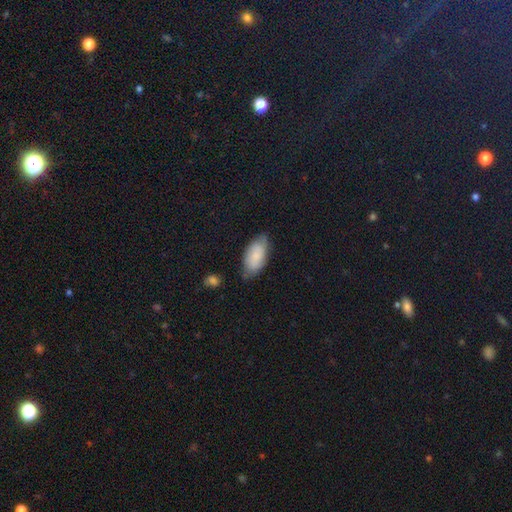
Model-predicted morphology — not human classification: Smooth or featured? Predicted: smooth (p=0.71). How rounded? Predicted: in between (p=0.92). Merging? Predicted: none (p=0.61).